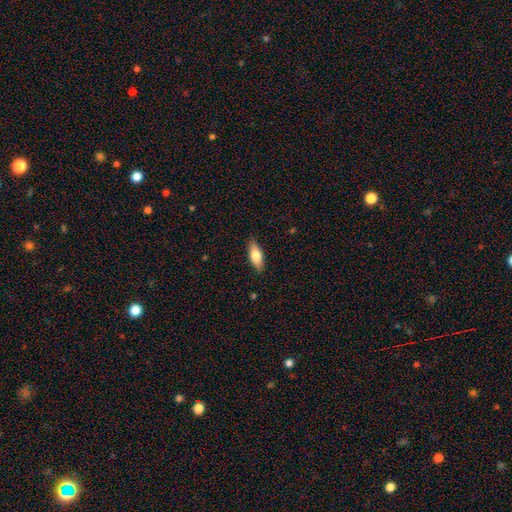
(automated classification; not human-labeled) This appears to be a smooth galaxy with no disk features (71%) that is in between round and cigar-shaped (71%). Merging: none (88%).